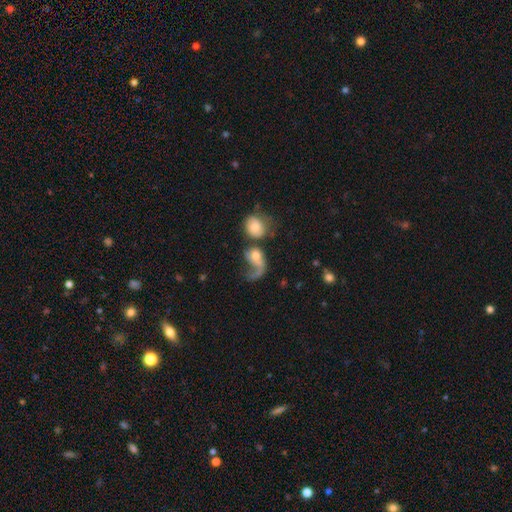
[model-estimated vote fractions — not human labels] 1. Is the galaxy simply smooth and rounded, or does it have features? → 47% featured or disk, 44% smooth, 8% star or artifact.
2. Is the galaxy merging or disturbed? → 47% major disturbance, 27% merger, 16% none, 10% minor disturbance.